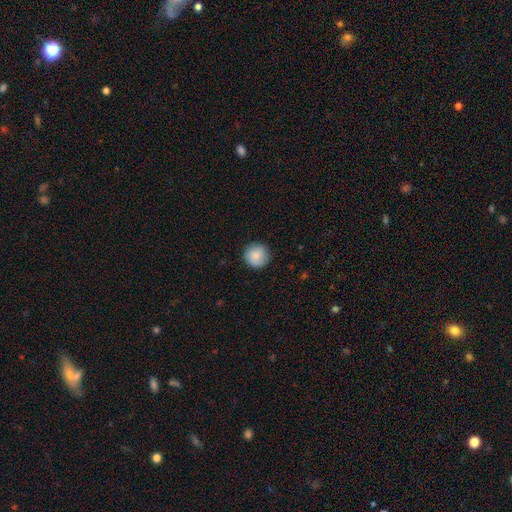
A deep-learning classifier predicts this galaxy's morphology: This appears to be a smooth galaxy with no disk features (86%) that is round (95%). Merging: none (89%).